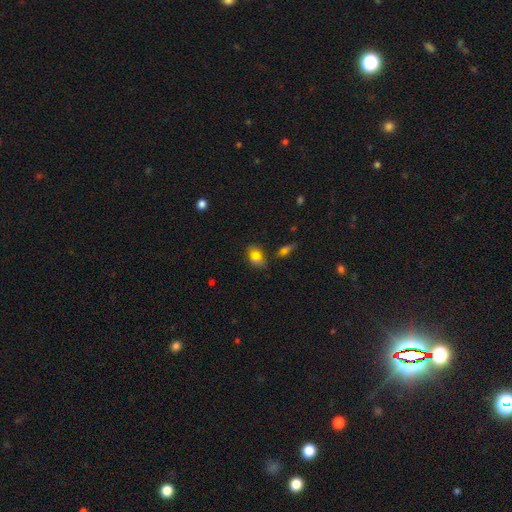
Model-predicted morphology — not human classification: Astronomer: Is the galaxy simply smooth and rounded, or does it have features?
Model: smooth — 64%.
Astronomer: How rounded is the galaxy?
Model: in between — 71%.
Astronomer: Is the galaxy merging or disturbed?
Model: none — 47% (runner-up: merger, 28%).